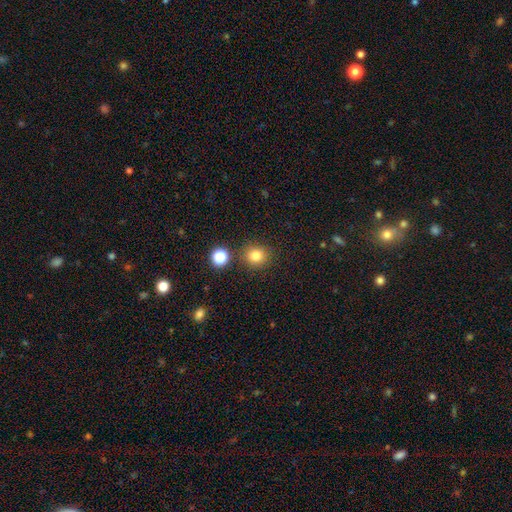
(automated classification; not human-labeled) Q: Smooth or featured?
A: smooth (80%); runner-up: star or artifact (14%)
Q: How rounded?
A: round (88%); runner-up: in between (11%)
Q: Merging?
A: none (85%); runner-up: minor disturbance (8%)